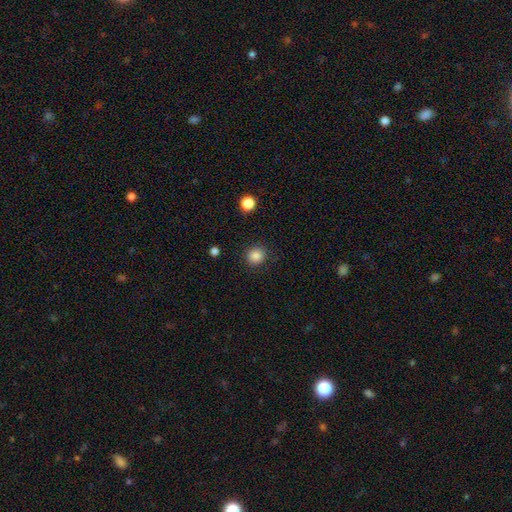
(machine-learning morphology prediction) This is clearly a smooth galaxy (86%). How rounded: clearly round (89%). Merging: clearly none (89%).